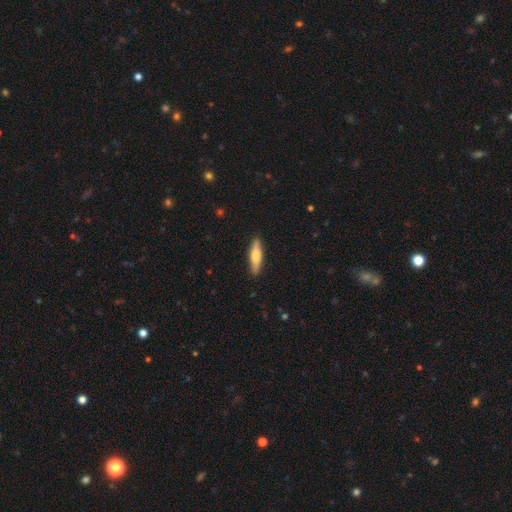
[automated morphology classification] Overall: smooth (66%; featured or disk 29%). How rounded: cigar-shaped (71%). Merging: none (87%).